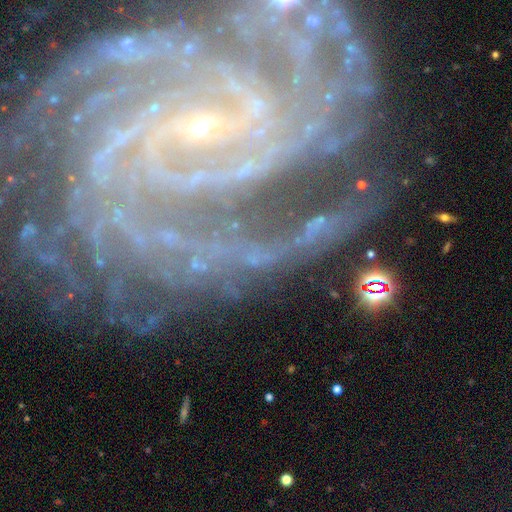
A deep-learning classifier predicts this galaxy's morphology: type=featured or disk (79%); edge-on=no (95%); bar=strong (44%); spiral arms=yes (96%); winding=tight (59%); arm count=2 (23%, tied with can't tell); bulge=small (78%); merging=none (64%).